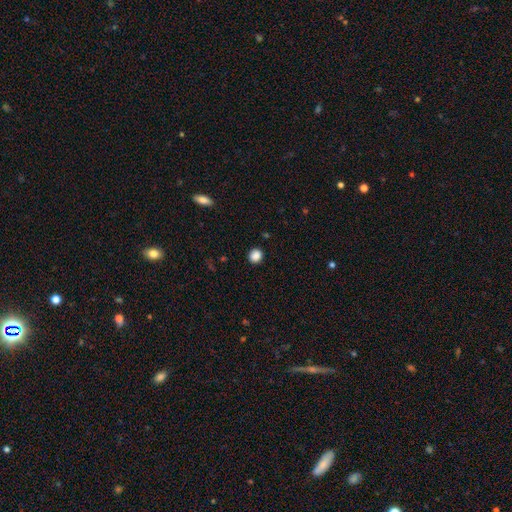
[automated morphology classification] Smooth or featured?
  - smooth: 88% *
  - star or artifact: 10%
  - featured or disk: 3%
How rounded?
  - round: 83% *
  - in between: 16%
  - cigar-shaped: 1%
Merging?
  - none: 91% *
  - minor disturbance: 6%
  - major disturbance: 2%
  - merger: 1%